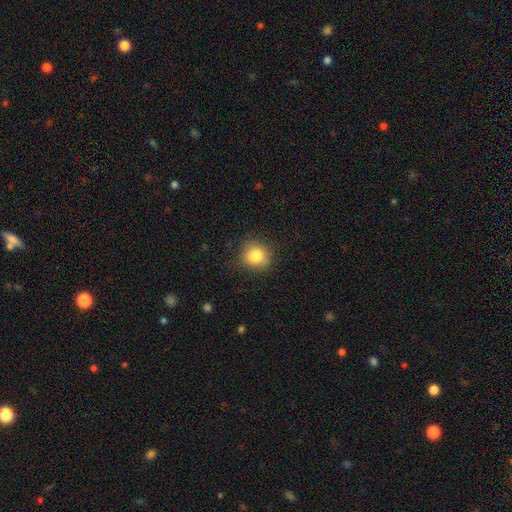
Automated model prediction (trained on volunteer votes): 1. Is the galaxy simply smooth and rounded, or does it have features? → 82% smooth, 10% star or artifact, 8% featured or disk.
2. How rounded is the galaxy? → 76% round, 23% in between, 1% cigar-shaped.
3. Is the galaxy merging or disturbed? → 80% none, 15% minor disturbance, 4% major disturbance, 2% merger.